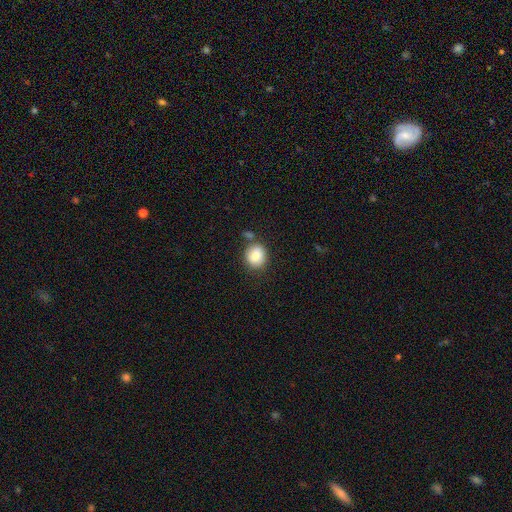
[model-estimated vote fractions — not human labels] Smooth or featured? Predicted: smooth (p=0.85). How rounded? Predicted: round (p=0.65). Merging? Predicted: none (p=0.69).